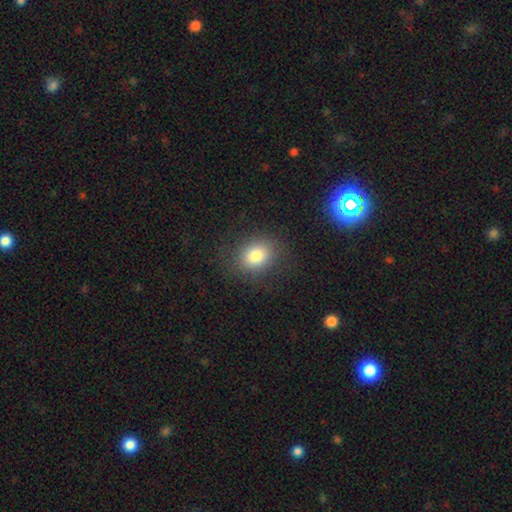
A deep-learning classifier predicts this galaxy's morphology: type=smooth (80%); roundness=round (53%); merging=none (82%).